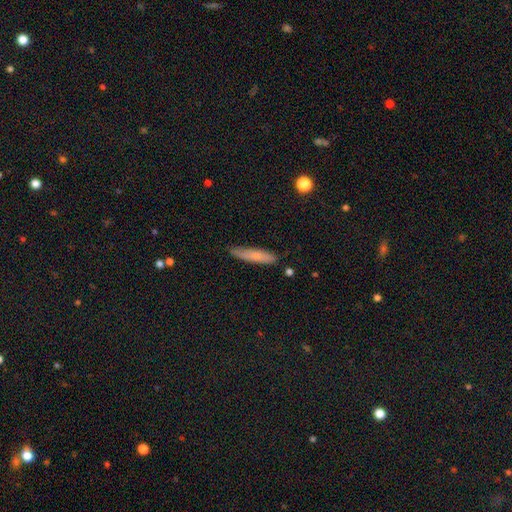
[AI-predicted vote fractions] This is likely a smooth galaxy (67%). How rounded: clearly cigar-shaped (85%). Merging: likely none (80%).